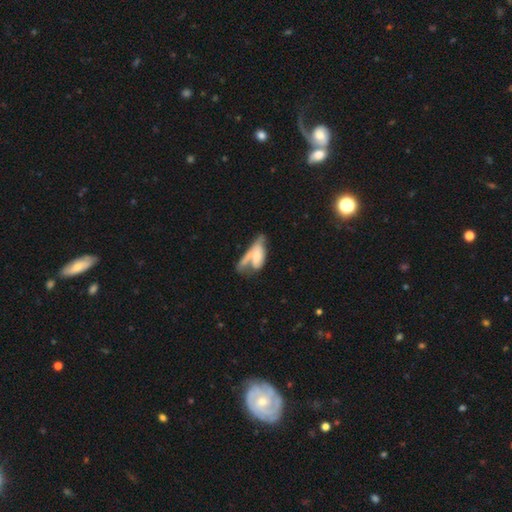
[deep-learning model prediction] Smooth or featured: smooth — 56% (featured or disk — 37%)
How rounded: in between — 69% (cigar-shaped — 27%)
Merging: merger — 44% (none — 22%)